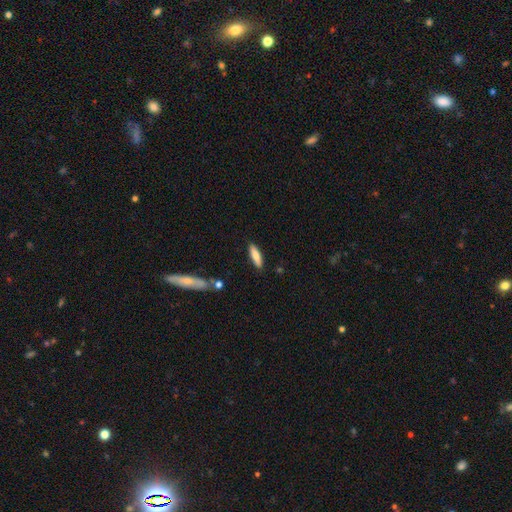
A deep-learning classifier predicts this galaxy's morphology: This is likely a smooth galaxy (79%). How rounded: likely cigar-shaped (61%). Merging: clearly none (85%).